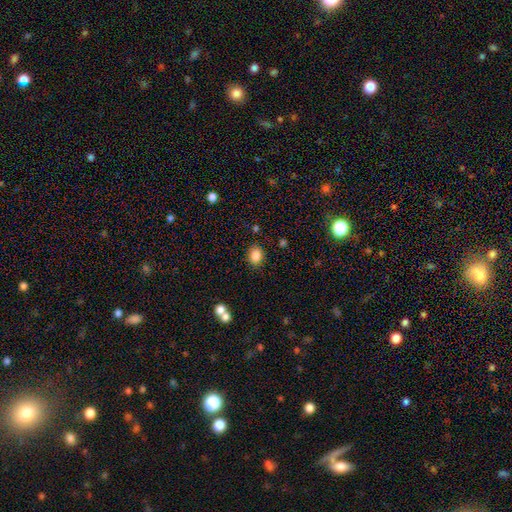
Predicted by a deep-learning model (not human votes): Smooth or featured: smooth — 85% (star or artifact — 10%)
How rounded: in between — 55% (round — 44%)
Merging: none — 84% (minor disturbance — 10%)